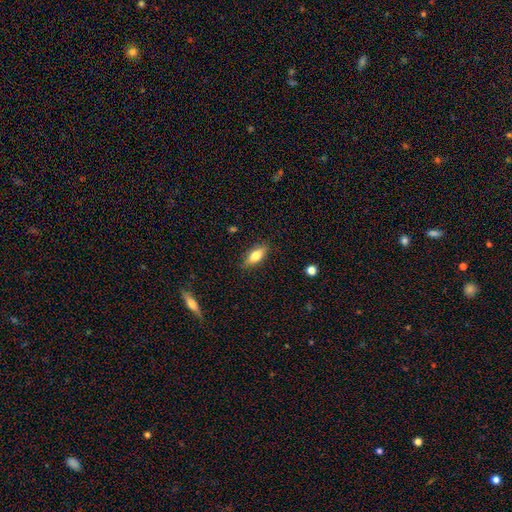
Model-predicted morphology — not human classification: This appears to be a smooth galaxy with no disk features (72%) that is in between round and cigar-shaped (74%). Merging: none (84%).